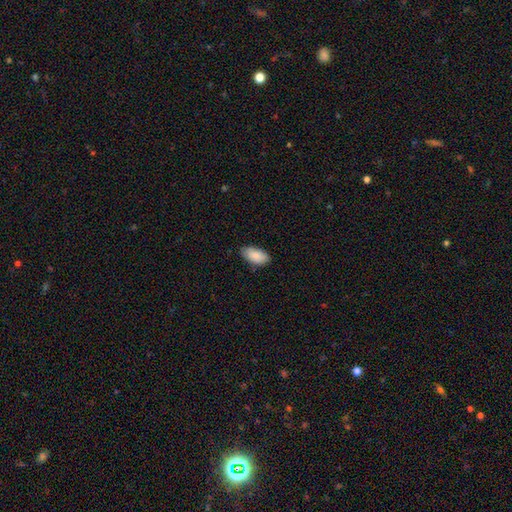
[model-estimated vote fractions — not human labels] smooth_or_featured: smooth (p=0.88) [alt: star or artifact p=0.06]
how_rounded: in between (p=0.94) [alt: cigar-shaped p=0.03]
merging: none (p=0.80) [alt: minor disturbance p=0.16]